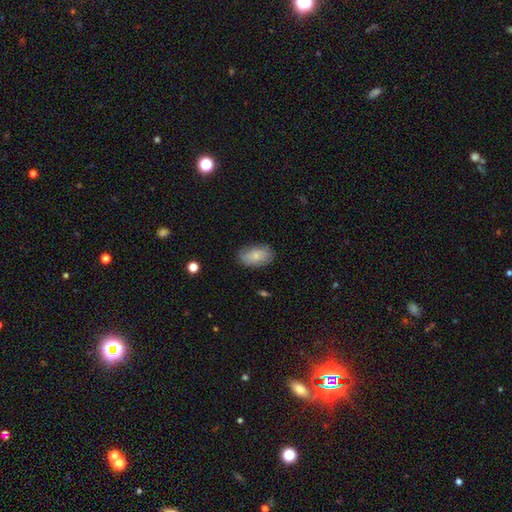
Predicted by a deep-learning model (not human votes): This is likely a smooth galaxy (75%). How rounded: clearly in between (91%). Merging: likely none (77%).